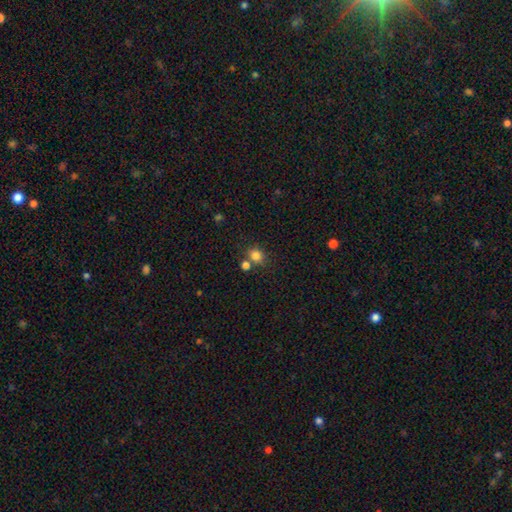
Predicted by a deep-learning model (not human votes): Morphology: type=smooth (81%); roundness=round (68%); merging=none (63%).